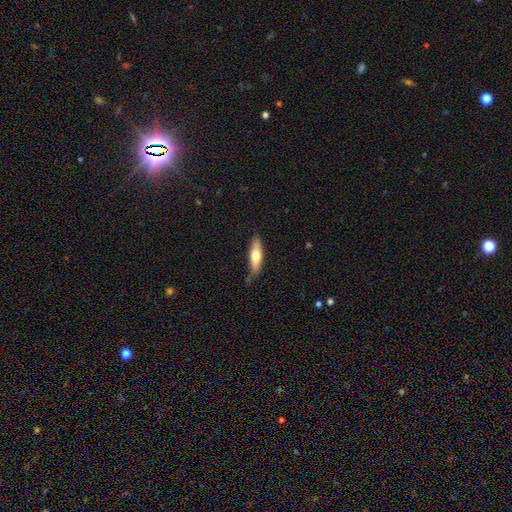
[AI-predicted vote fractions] smooth 66%, featured or disk 28%, star or artifact 6%. Down the decision tree: how rounded — cigar-shaped (55%); merging — none (74%).